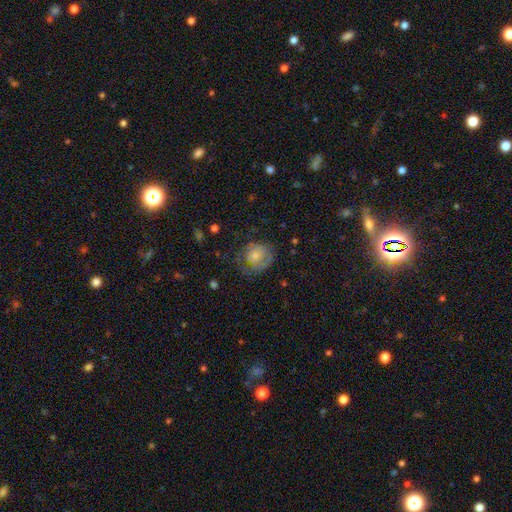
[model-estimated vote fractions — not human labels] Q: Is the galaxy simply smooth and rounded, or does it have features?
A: smooth — 57%.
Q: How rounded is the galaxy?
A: round — 72%.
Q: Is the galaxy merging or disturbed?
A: none — 46%.